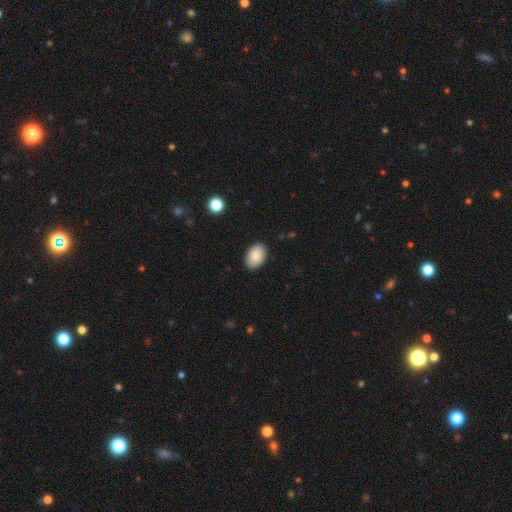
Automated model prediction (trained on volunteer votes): smooth-or-featured: smooth: 84% | featured or disk: 8% | star or artifact: 7%
  how-rounded: in between: 89% | round: 10% | cigar-shaped: 1%
  merging: none: 88% | minor disturbance: 9% | major disturbance: 2% | merger: 1%